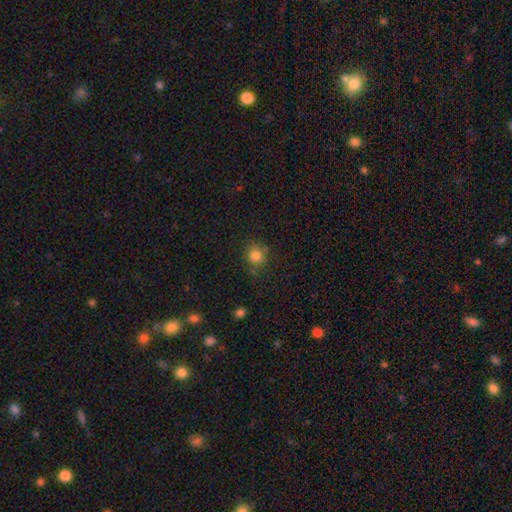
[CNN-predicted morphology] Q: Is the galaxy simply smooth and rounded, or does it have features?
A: smooth — 81%.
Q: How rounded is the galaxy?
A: round — 83%.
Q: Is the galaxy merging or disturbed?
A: none — 73%.